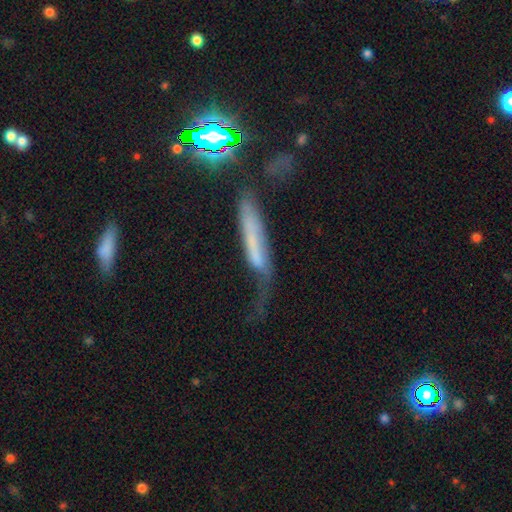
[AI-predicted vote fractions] Q: Smooth or featured?
A: smooth (57%); runner-up: featured or disk (36%)
Q: How rounded?
A: cigar-shaped (77%); runner-up: in between (19%)
Q: Merging?
A: none (36%); runner-up: major disturbance (29%)